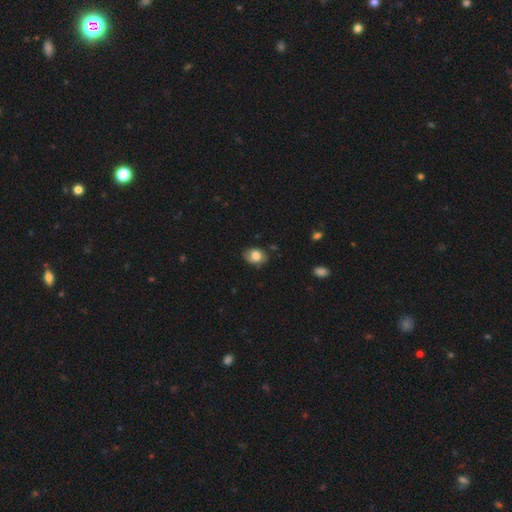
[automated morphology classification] This appears to be a smooth galaxy with no disk features (79%) that is in between round and cigar-shaped (62%). Merging: none (75%).